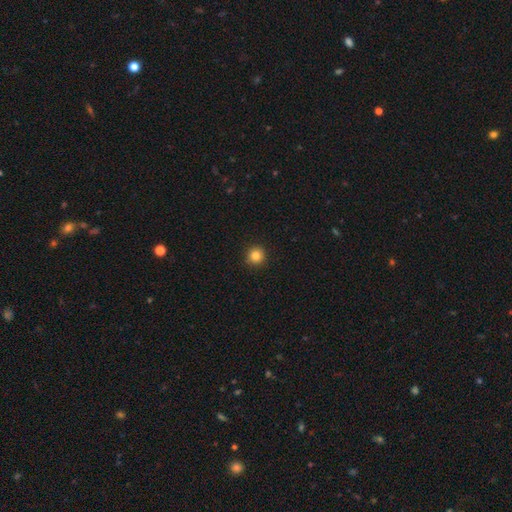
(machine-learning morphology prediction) Smooth or featured? smooth (84%)
How rounded? round (95%)
Merging? none (92%)